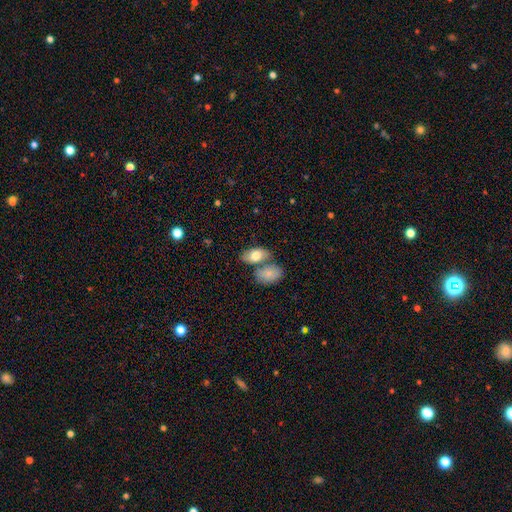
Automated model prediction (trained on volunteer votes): smooth 76%, featured or disk 18%, star or artifact 6%. Down the decision tree: how rounded — in between (92%); merging — none (46%).